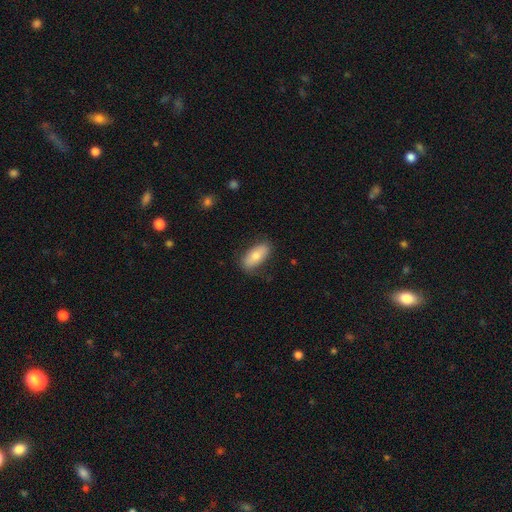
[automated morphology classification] Overall: smooth (75%). How rounded: in between (86%). Merging: none (79%).